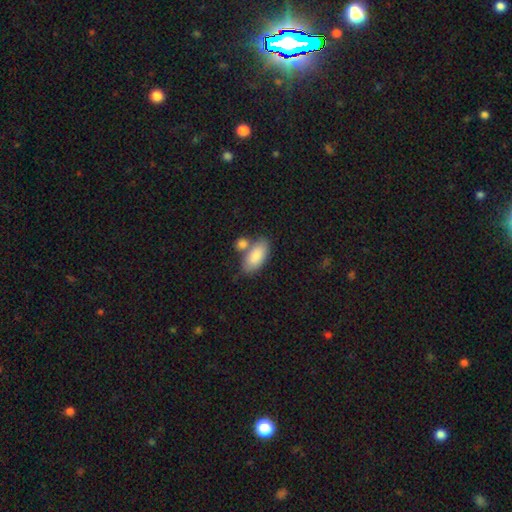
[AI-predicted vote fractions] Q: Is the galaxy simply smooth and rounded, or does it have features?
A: smooth — 85%.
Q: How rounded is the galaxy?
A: in between — 92%.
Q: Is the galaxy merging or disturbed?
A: none — 53%.